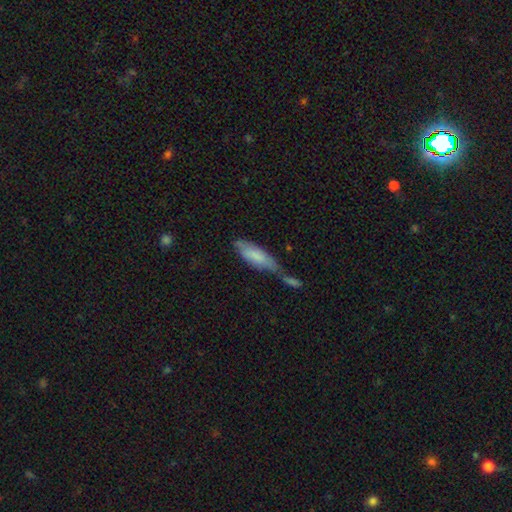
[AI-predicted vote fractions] Smooth or featured?
  - smooth: 71% *
  - featured or disk: 23%
  - star or artifact: 6%
How rounded?
  - in between: 51% *
  - cigar-shaped: 47%
  - round: 2%
Merging?
  - merger: 39% *
  - none: 26%
  - minor disturbance: 22%
  - major disturbance: 13%